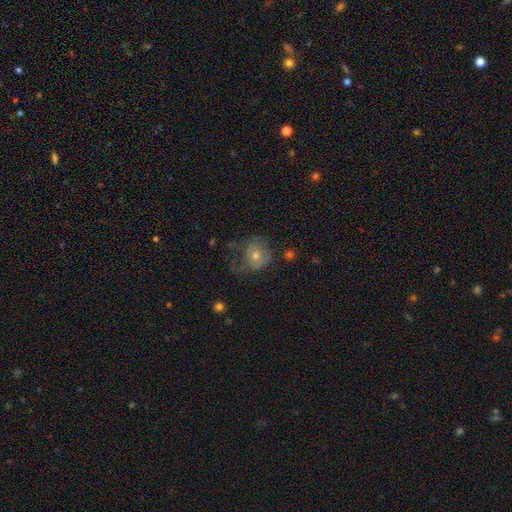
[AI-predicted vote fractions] smooth 47%, featured or disk 39%, star or artifact 13%. Down the decision tree: merging — none (46%).